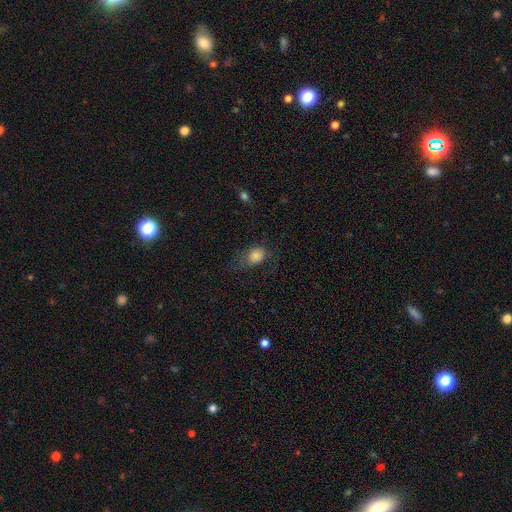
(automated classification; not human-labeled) Q: Smooth or featured?
A: smooth (81%); runner-up: star or artifact (10%)
Q: How rounded?
A: in between (64%); runner-up: round (34%)
Q: Merging?
A: none (54%); runner-up: minor disturbance (25%)